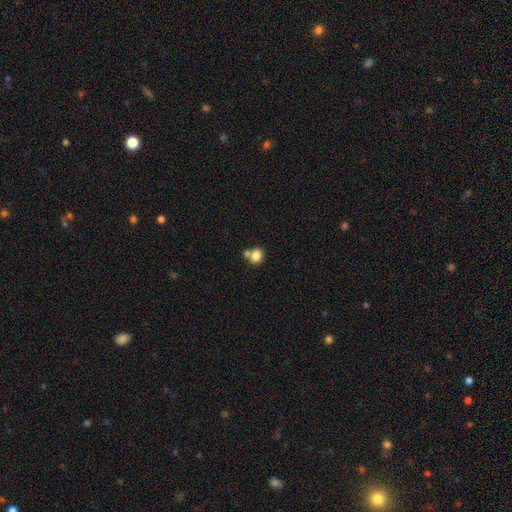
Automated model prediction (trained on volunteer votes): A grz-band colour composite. It shows a smooth galaxy with no disk features (82%) that is round (66%). Merging: none (51%).